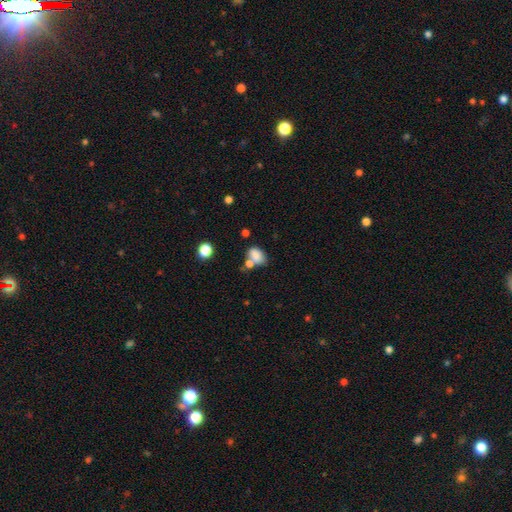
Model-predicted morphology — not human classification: Smooth or featured? Predicted: smooth (p=0.80). How rounded? Predicted: in between (p=0.79). Merging? Predicted: none (p=0.41).